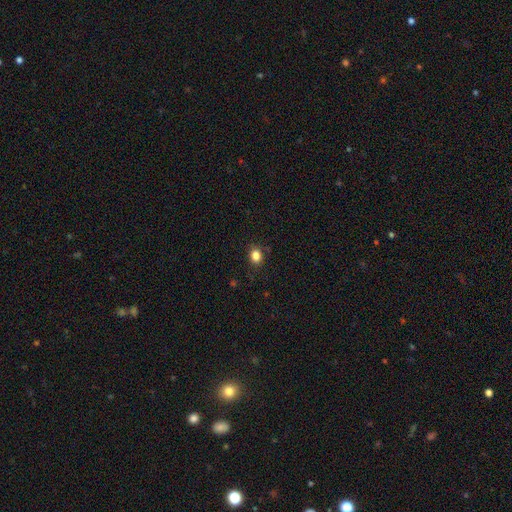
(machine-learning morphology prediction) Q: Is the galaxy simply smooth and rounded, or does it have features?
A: smooth — 84%.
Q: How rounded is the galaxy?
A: round — 50%.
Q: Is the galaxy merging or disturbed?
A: none — 85%.